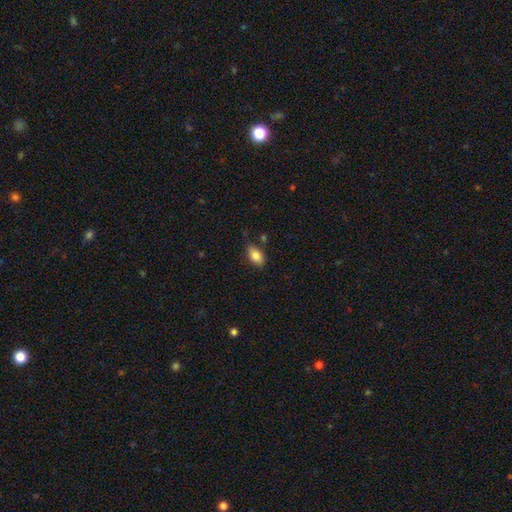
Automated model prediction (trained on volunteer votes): A smooth galaxy with no disk features (82%) that is in between round and cigar-shaped (89%).

Vote fractions:
- Smooth or featured? smooth: 82% / featured or disk: 10% / star or artifact: 8%
- How rounded? in between: 89% / round: 7% / cigar-shaped: 4%
- Merging? none: 76% / minor disturbance: 17% / merger: 3% / major disturbance: 3%